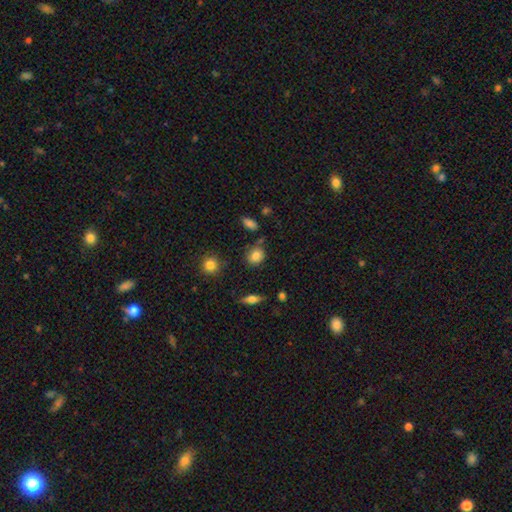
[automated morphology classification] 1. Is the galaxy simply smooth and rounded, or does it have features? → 81% smooth, 10% star or artifact, 8% featured or disk.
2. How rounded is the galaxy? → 62% round, 36% in between, 2% cigar-shaped.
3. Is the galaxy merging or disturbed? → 73% none, 17% minor disturbance, 6% merger, 4% major disturbance.